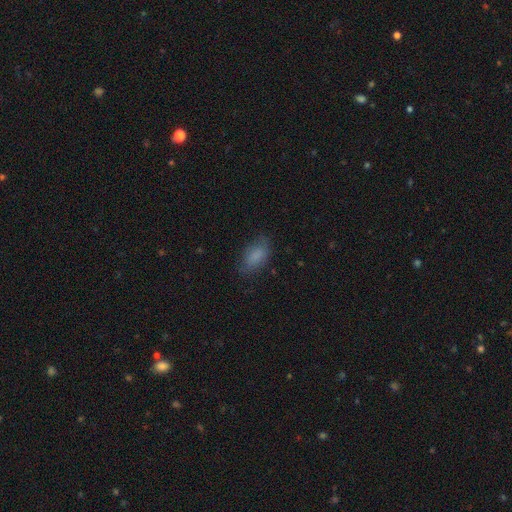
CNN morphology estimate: smooth 82%, featured or disk 9%, star or artifact 9%. Down the decision tree: how rounded — in between (90%); merging — none (71%).